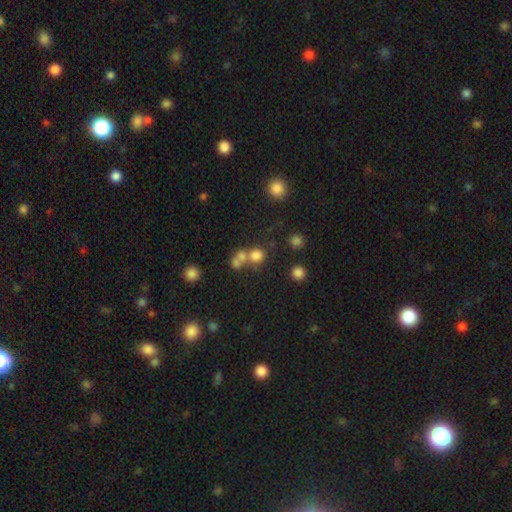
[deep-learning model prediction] Smooth or featured: smooth — 72% (star or artifact — 17%)
How rounded: round — 82% (in between — 17%)
Merging: merger — 44% (tied with none — 44%)